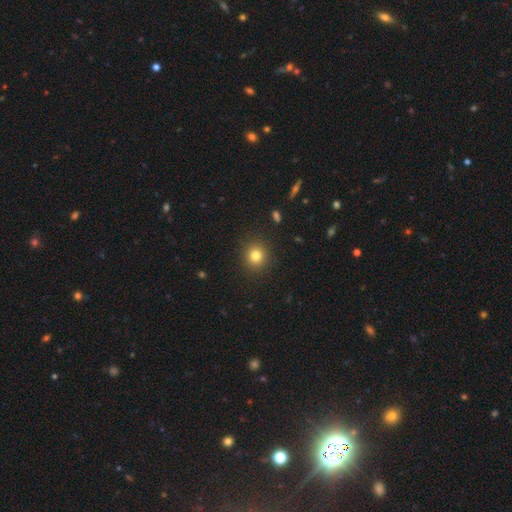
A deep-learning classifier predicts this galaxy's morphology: Smooth or featured? smooth (80%)
How rounded? round (89%)
Merging? none (90%)